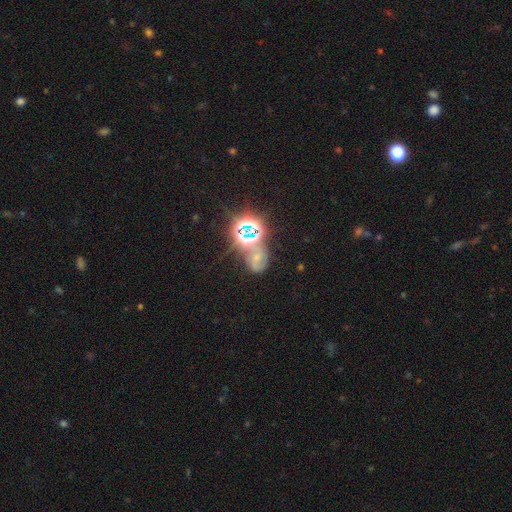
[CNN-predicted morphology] type=star or artifact (55%).